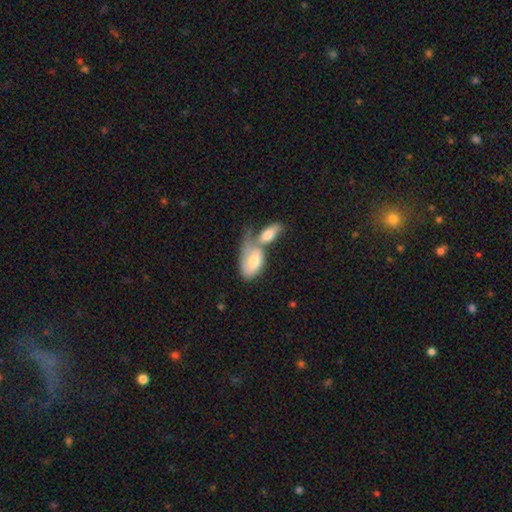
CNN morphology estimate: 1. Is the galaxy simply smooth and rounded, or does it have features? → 45% smooth, 43% featured or disk, 12% star or artifact.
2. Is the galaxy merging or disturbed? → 65% merger, 19% none, 8% minor disturbance, 8% major disturbance.